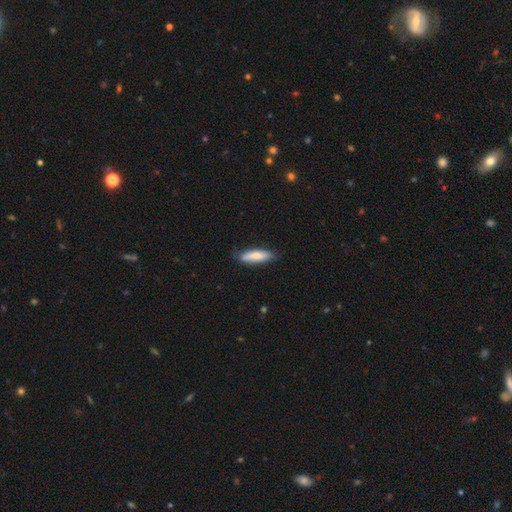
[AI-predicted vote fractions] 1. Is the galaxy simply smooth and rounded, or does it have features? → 78% smooth, 17% featured or disk, 6% star or artifact.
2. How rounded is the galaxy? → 63% cigar-shaped, 35% in between, 2% round.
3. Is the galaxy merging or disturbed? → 77% none, 19% minor disturbance, 3% major disturbance, 2% merger.